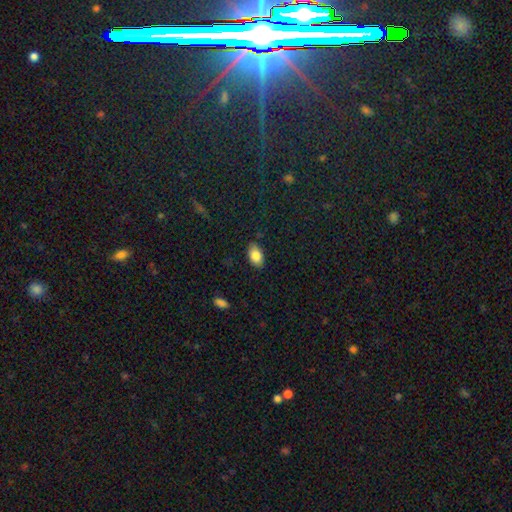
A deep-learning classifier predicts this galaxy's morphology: Smooth or featured: smooth — 84% (featured or disk — 8%)
How rounded: in between — 91% (round — 7%)
Merging: none — 83% (minor disturbance — 13%)